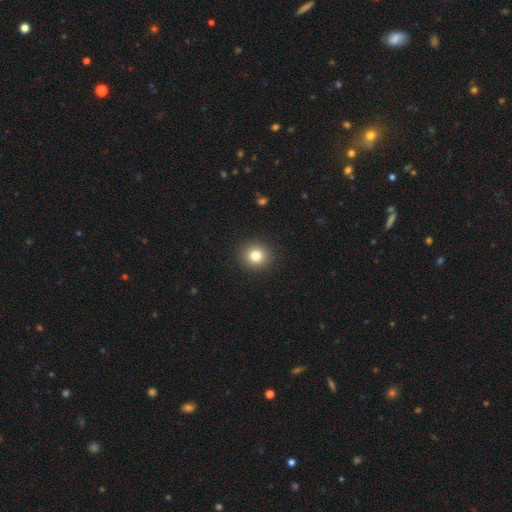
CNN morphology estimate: Smooth or featured: smooth — 81% (star or artifact — 12%)
How rounded: round — 89% (in between — 10%)
Merging: none — 92% (minor disturbance — 5%)